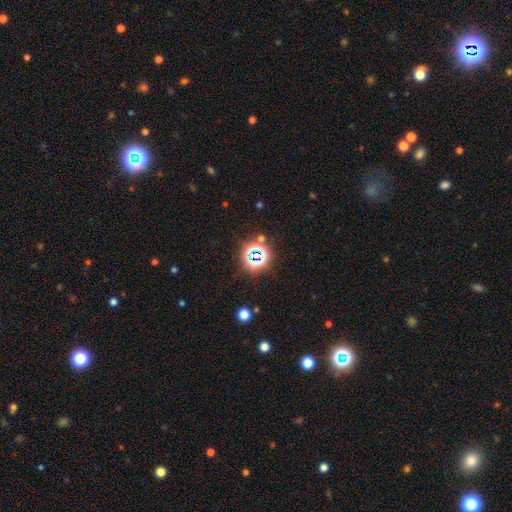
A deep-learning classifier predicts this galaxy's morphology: Overall: star or artifact (70%).